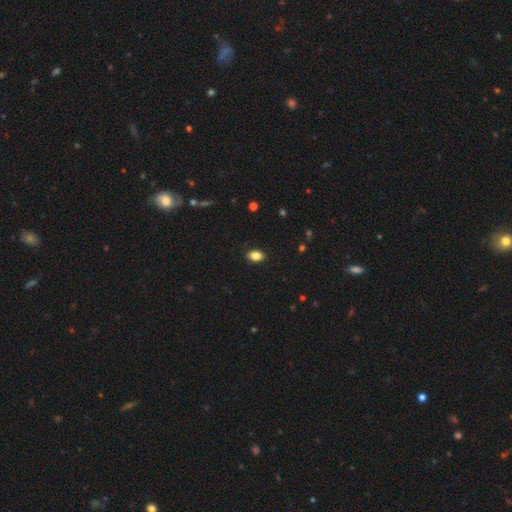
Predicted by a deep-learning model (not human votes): Morphology: type=smooth (84%); roundness=in between (85%); merging=none (88%).